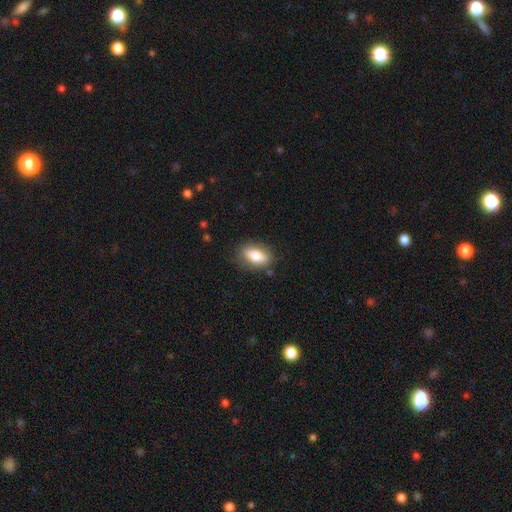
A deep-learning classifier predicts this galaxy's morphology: smooth_or_featured: smooth (p=0.77) [alt: featured or disk p=0.16]
how_rounded: in between (p=0.86) [alt: round p=0.08]
merging: none (p=0.82) [alt: minor disturbance p=0.13]